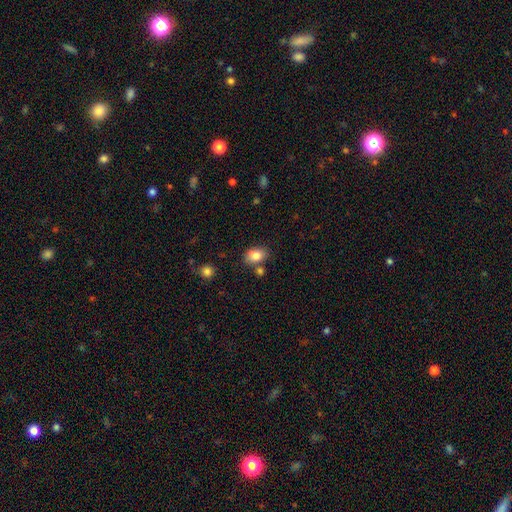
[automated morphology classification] Smooth or featured?
  - smooth: 83% *
  - star or artifact: 9%
  - featured or disk: 8%
How rounded?
  - in between: 75% *
  - round: 23%
  - cigar-shaped: 1%
Merging?
  - none: 71% *
  - minor disturbance: 14%
  - merger: 11%
  - major disturbance: 3%